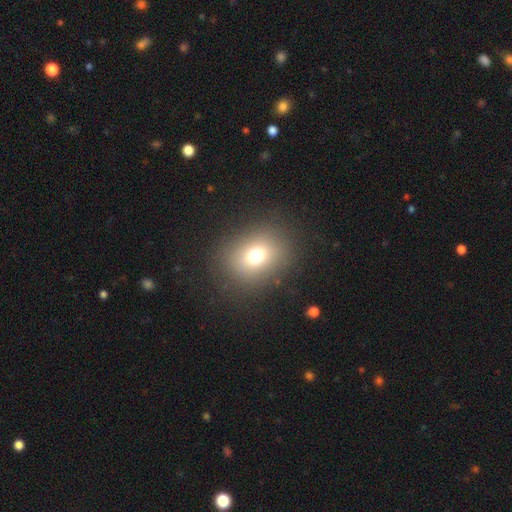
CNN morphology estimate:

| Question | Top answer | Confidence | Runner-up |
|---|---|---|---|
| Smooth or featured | smooth | 71% | star or artifact (17%) |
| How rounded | round | 61% | in between (38%) |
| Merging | none | 85% | minor disturbance (8%) |